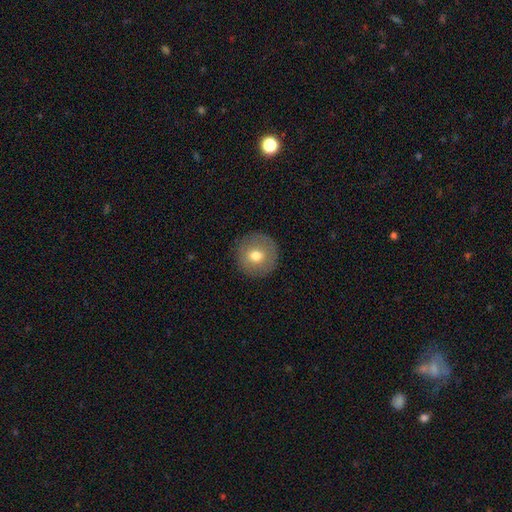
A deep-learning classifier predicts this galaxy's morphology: smooth_or_featured: smooth (p=0.70) [alt: featured or disk p=0.22]
how_rounded: round (p=0.95) [alt: in between p=0.04]
merging: none (p=0.90) [alt: minor disturbance p=0.07]